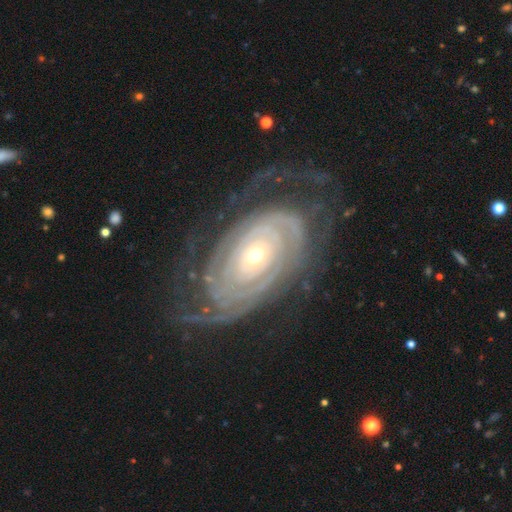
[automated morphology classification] Smooth or featured? featured or disk (89%)
Edge-on disk? no (95%)
Bar? no (76%)
Spiral arms? yes (96%)
Spiral winding? tight (80%)
Spiral arm count? can't tell (32%)
Bulge size? small (60%)
Merging? none (68%)